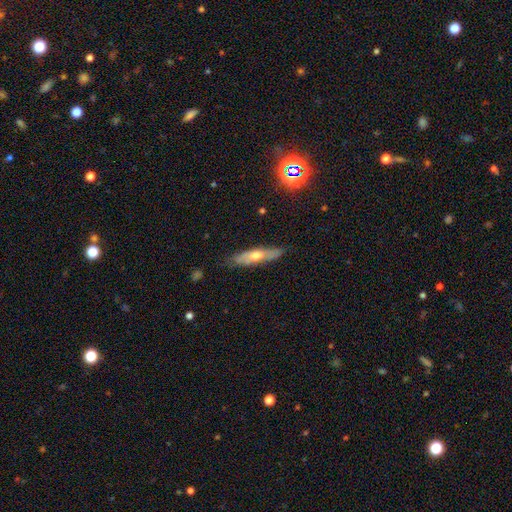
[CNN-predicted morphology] type=featured or disk (50%); edge-on=yes (68%); merging=none (80%).